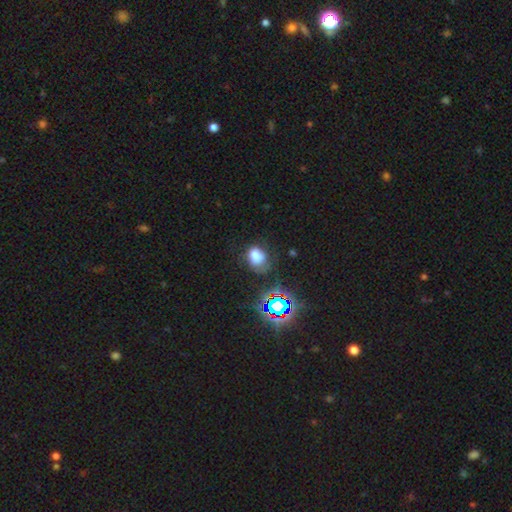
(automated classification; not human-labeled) Smooth or featured: smooth — 67% (star or artifact — 20%)
How rounded: round — 50% (in between — 49%)
Merging: none — 54% (minor disturbance — 27%)